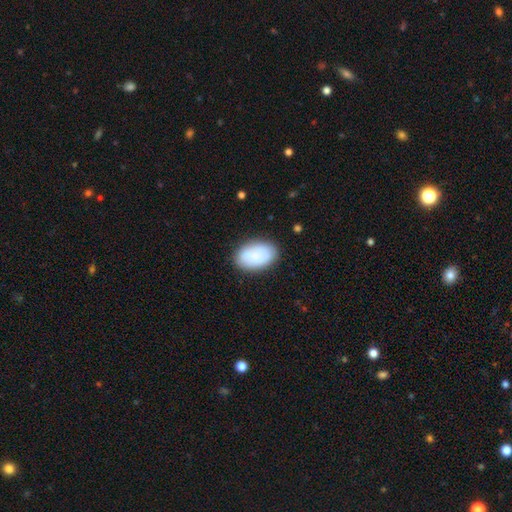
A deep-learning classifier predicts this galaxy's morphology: type=smooth (82%); roundness=in between (91%); merging=none (84%).